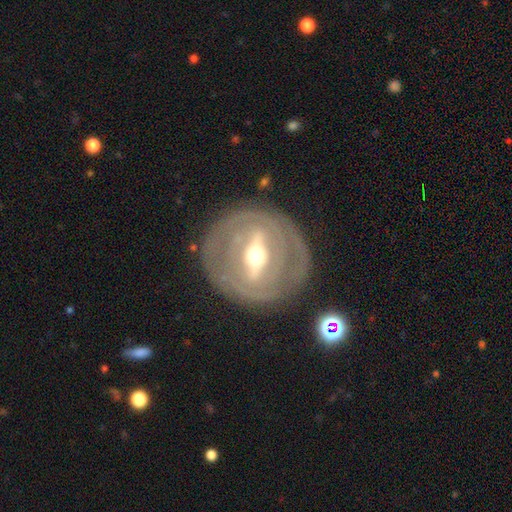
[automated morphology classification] This is clearly a featured or disk galaxy (82%). It is clearly not viewed edge-on (83%). Bar: likely strong (73%). Spiral arm pattern: possibly no (54%). Central bulge: likely moderate (69%). Merging: clearly none (82%).